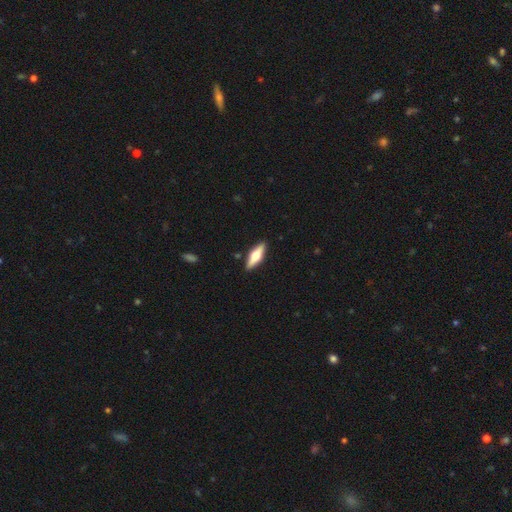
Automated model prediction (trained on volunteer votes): This appears to be a featured or disk galaxy (55%) viewed edge-on (94%) with a rounded central bulge (95%). Merging: none (90%).